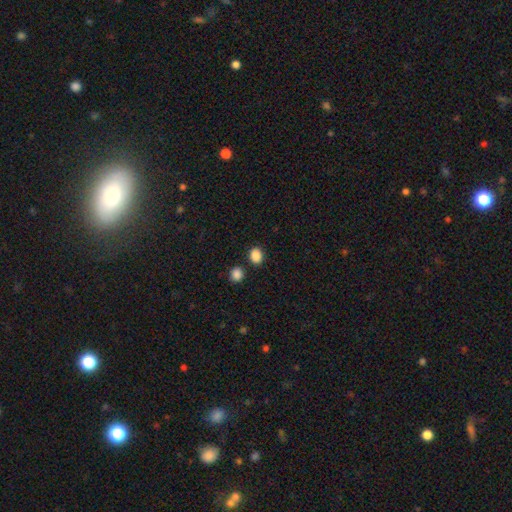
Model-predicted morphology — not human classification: Smooth or featured? Predicted: smooth (p=0.87). How rounded? Predicted: round (p=0.50). Merging? Predicted: none (p=0.81).